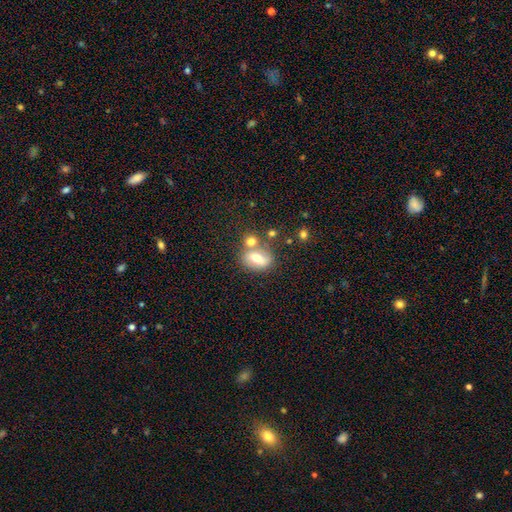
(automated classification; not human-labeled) Overall: smooth (53%; featured or disk 35%). How rounded: in between (70%). Merging: none (55%; merger 26%).